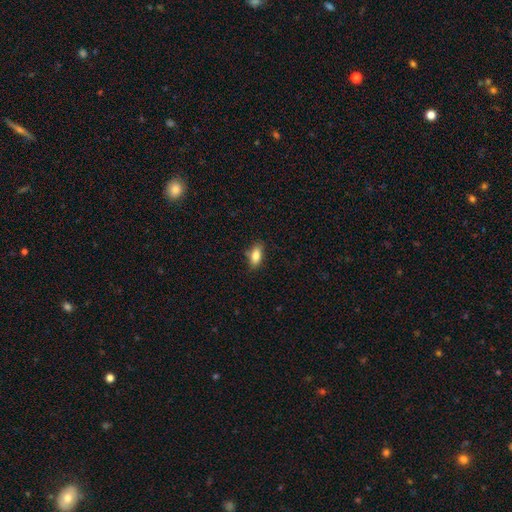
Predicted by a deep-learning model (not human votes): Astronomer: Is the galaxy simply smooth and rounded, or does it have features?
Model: smooth — 84%.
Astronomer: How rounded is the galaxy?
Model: in between — 86%.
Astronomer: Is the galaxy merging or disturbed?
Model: none — 78%.